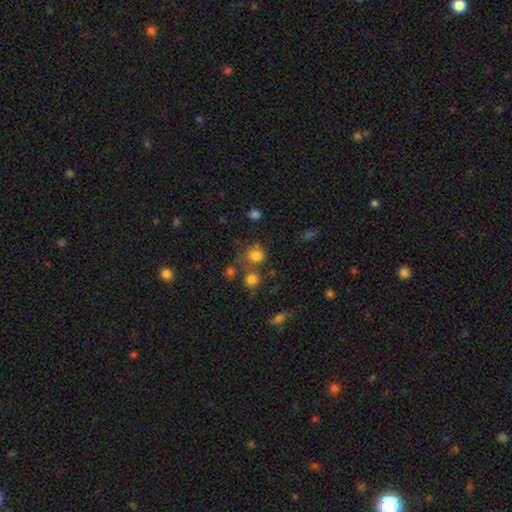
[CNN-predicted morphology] Q: Smooth or featured?
A: smooth (77%); runner-up: star or artifact (14%)
Q: How rounded?
A: round (71%); runner-up: in between (28%)
Q: Merging?
A: none (49%); runner-up: merger (25%)